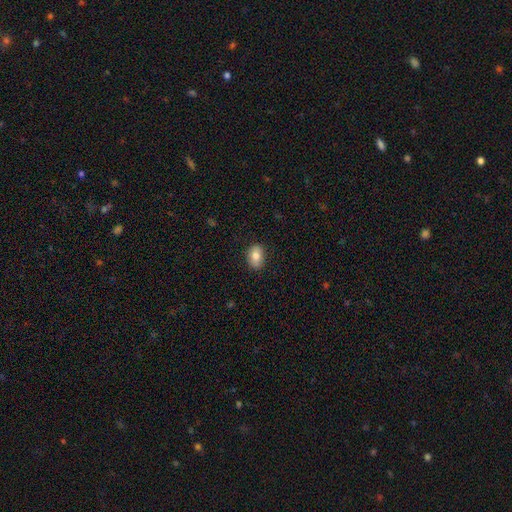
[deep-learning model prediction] smooth 79%, featured or disk 14%, star or artifact 8%. Down the decision tree: how rounded — in between (76%); merging — none (85%).